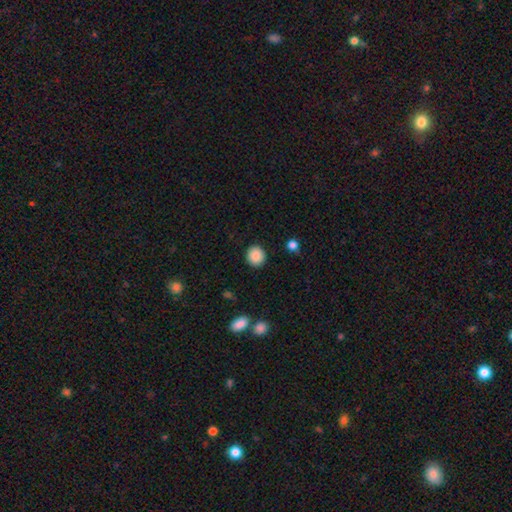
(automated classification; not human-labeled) A smooth galaxy with no disk features (88%) that is round (85%).

Vote fractions:
- Smooth or featured? smooth: 88% / star or artifact: 8% / featured or disk: 4%
- How rounded? round: 85% / in between: 14% / cigar-shaped: 1%
- Merging? none: 90% / minor disturbance: 6% / major disturbance: 2% / merger: 1%